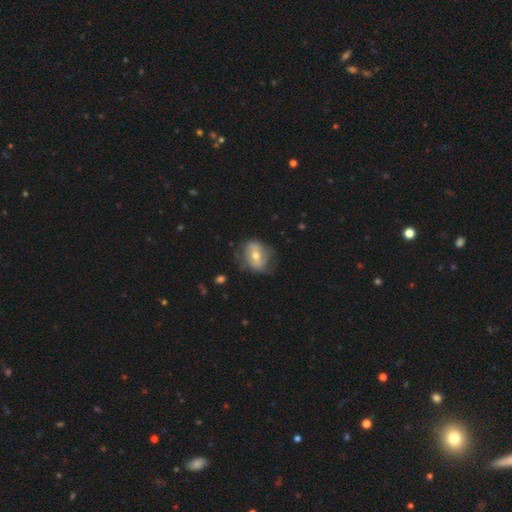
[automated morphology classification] type=featured or disk (49%); merging=none (60%).